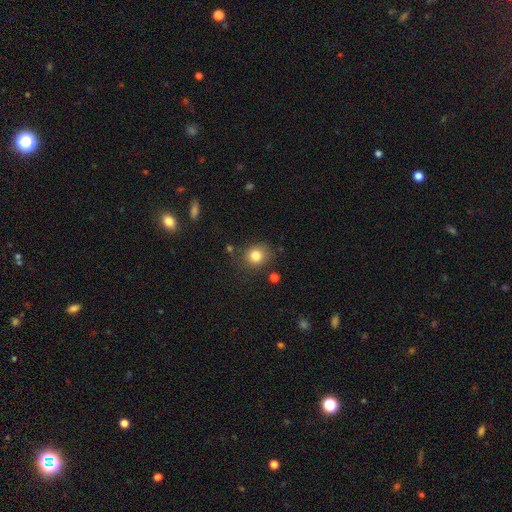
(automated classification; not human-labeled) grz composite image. It shows a smooth galaxy with no disk features (82%) that is round (78%). Merging: none (78%).